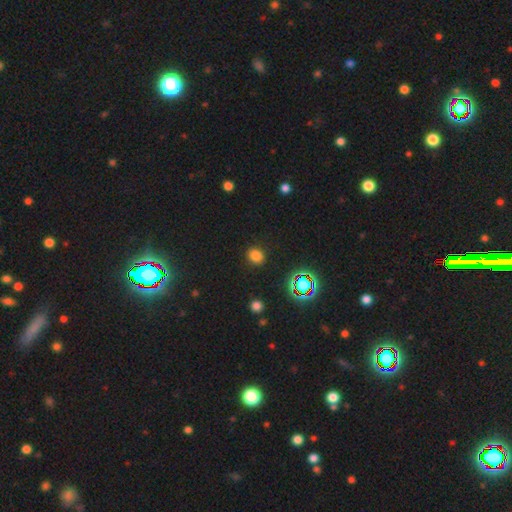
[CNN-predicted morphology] Smooth or featured?
  - smooth: 75% *
  - star or artifact: 20%
  - featured or disk: 5%
How rounded?
  - round: 65% *
  - in between: 34%
  - cigar-shaped: 1%
Merging?
  - none: 88% *
  - minor disturbance: 8%
  - major disturbance: 3%
  - merger: 1%